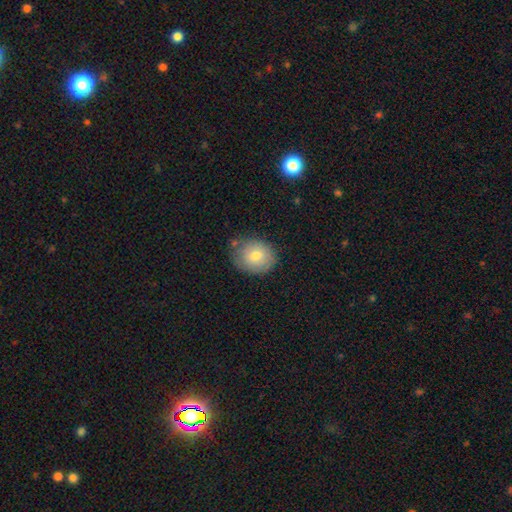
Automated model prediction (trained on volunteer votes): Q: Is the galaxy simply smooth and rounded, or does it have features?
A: smooth — 75%.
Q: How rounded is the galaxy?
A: round — 64%.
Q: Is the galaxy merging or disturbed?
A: none — 75%.